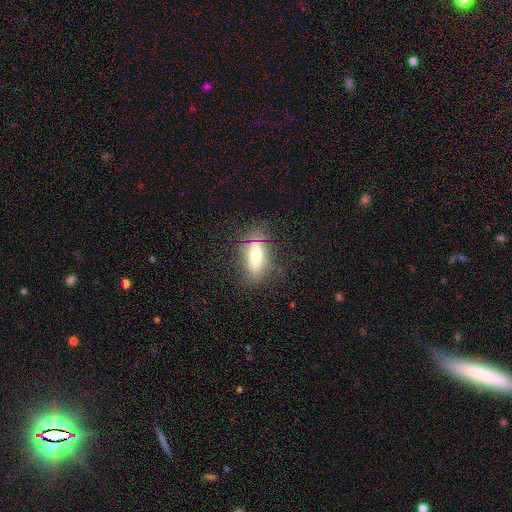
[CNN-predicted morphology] smooth 66%, featured or disk 25%, star or artifact 9%. Down the decision tree: how rounded — in between (69%); merging — none (75%).